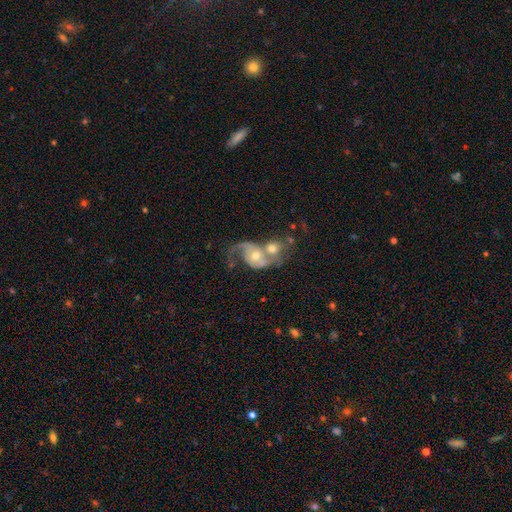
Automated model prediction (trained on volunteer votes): smooth_or_featured: featured or disk (p=0.73) [alt: smooth p=0.20]
disk_edge_on: no (p=0.97) [alt: yes p=0.03]
bar: no (p=0.70) [alt: weak p=0.24]
has_spiral_arms: yes (p=0.85) [alt: no p=0.15]
spiral_winding: loose (p=0.50) [alt: medium p=0.36]
spiral_arm_count: 2 (p=0.60) [alt: 1 p=0.30]
bulge_size: moderate (p=0.61) [alt: small p=0.27]
merging: merger (p=0.67) [alt: none p=0.14]